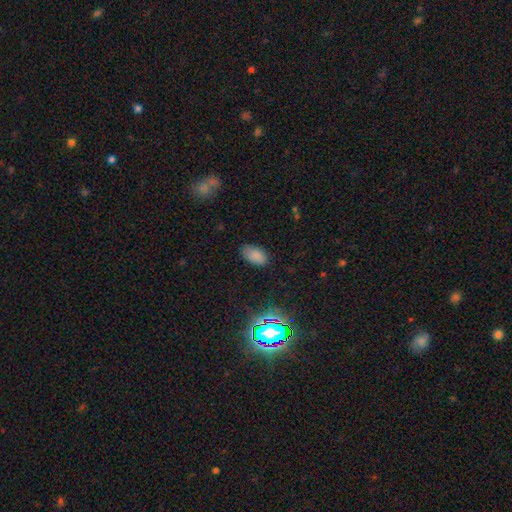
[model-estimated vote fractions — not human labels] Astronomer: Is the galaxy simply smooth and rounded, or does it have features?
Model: smooth — 81%.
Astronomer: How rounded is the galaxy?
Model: in between — 92%.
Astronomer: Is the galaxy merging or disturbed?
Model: none — 81%.